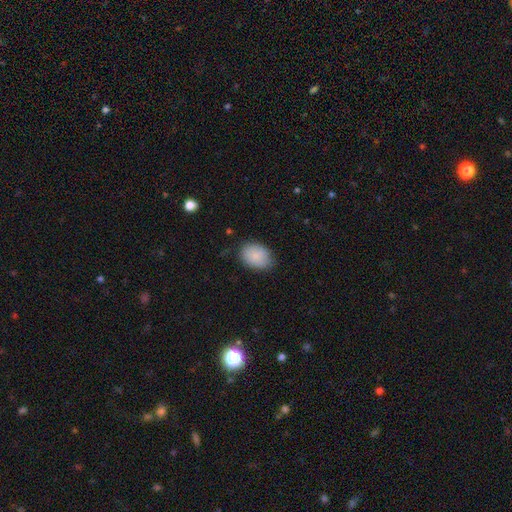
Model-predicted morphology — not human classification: smooth-or-featured: smooth: 86% | featured or disk: 7% | star or artifact: 7%
  how-rounded: in between: 75% | round: 24% | cigar-shaped: 1%
  merging: none: 76% | minor disturbance: 19% | major disturbance: 4% | merger: 1%